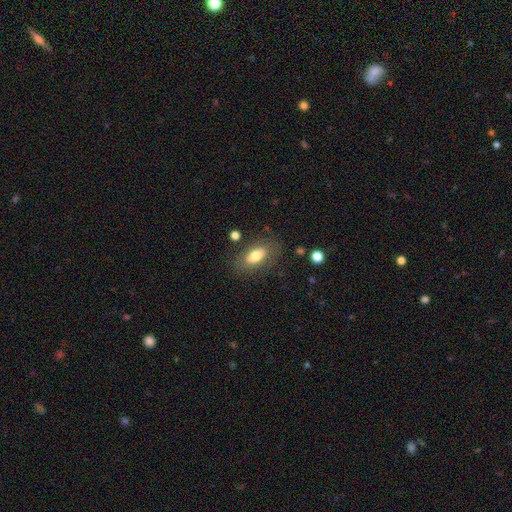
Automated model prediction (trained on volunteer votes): The model was most divided on "smooth or featured": smooth: 71%, featured or disk: 21%, star or artifact: 8%. More confident: how rounded — in between (87%); merging — none (78%).